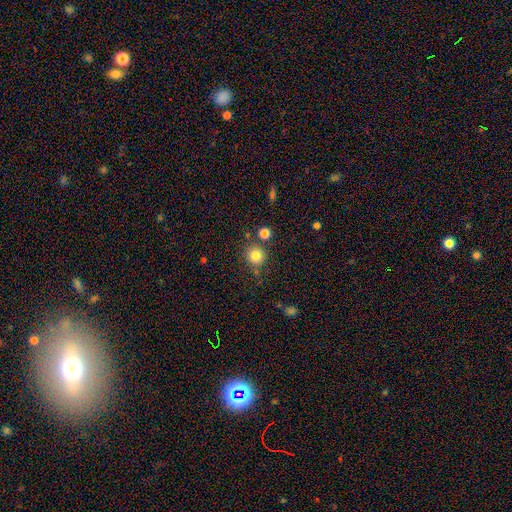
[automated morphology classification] A smooth galaxy with no disk features (82%) that is round (93%).

Vote fractions:
- Smooth or featured? smooth: 82% / star or artifact: 12% / featured or disk: 6%
- How rounded? round: 93% / in between: 6% / cigar-shaped: 1%
- Merging? none: 79% / minor disturbance: 9% / merger: 9% / major disturbance: 3%